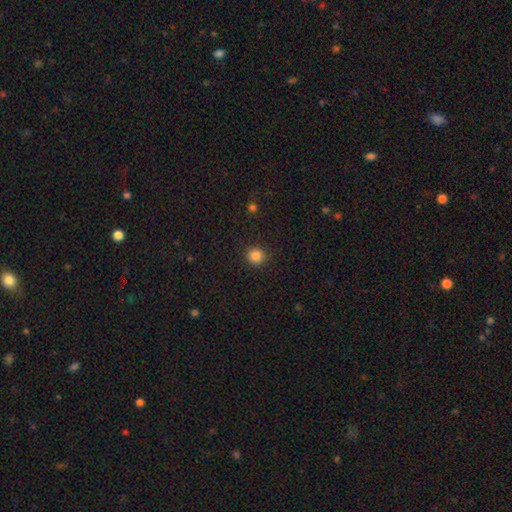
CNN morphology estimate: Overall: smooth (85%). How rounded: round (93%). Merging: none (92%).